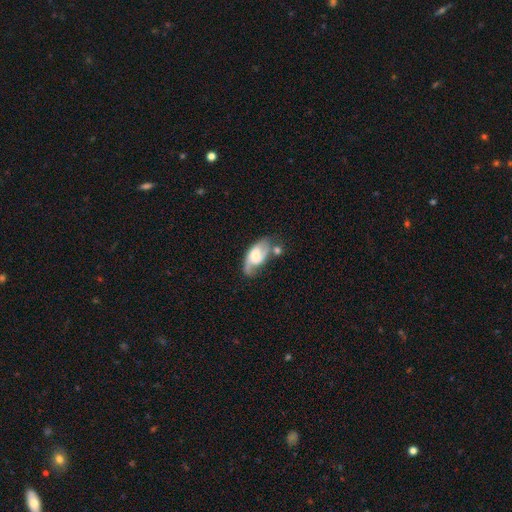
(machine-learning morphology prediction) Q: Smooth or featured?
A: featured or disk (70%); runner-up: smooth (24%)
Q: Edge-on disk?
A: no (94%); runner-up: yes (6%)
Q: Bar?
A: no (53%); runner-up: weak (37%)
Q: Spiral arms?
A: yes (89%); runner-up: no (11%)
Q: Spiral winding?
A: medium (46%); runner-up: loose (31%)
Q: Spiral arm count?
A: 2 (76%); runner-up: 1 (11%)
Q: Bulge size?
A: moderate (48%); runner-up: small (34%)
Q: Merging?
A: none (45%); runner-up: minor disturbance (22%)